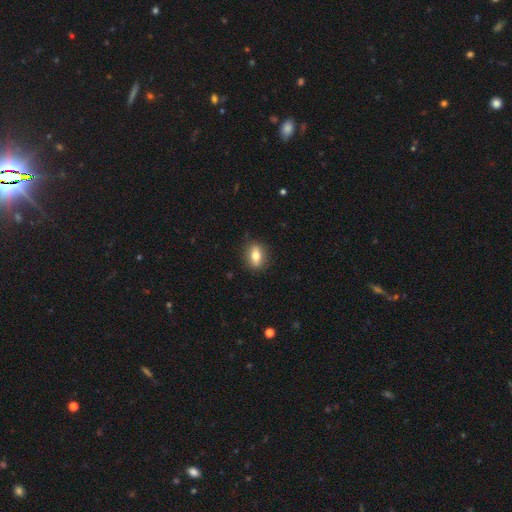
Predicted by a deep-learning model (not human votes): The model was most divided on "how rounded": in between: 70%, round: 23%, cigar-shaped: 8%. More confident: merging — none (85%); smooth or featured — smooth (70%).